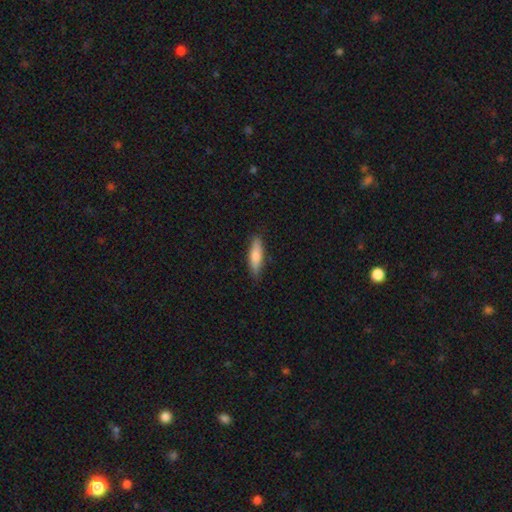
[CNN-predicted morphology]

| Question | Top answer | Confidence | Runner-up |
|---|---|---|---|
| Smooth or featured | smooth | 75% | featured or disk (20%) |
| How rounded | cigar-shaped | 67% | in between (31%) |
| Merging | none | 86% | minor disturbance (11%) |